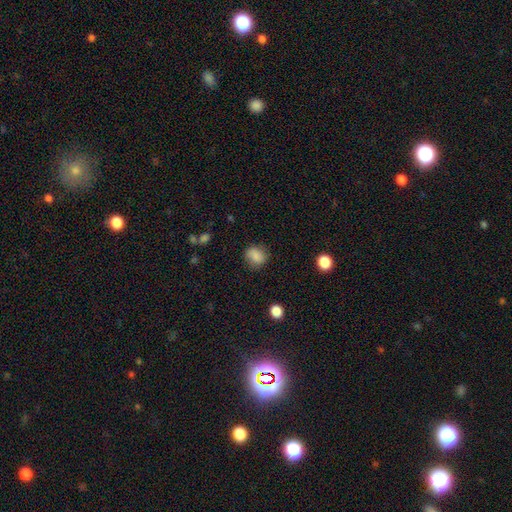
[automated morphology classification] smooth_or_featured: smooth (p=0.84) [alt: star or artifact p=0.09]
how_rounded: round (p=0.63) [alt: in between p=0.36]
merging: none (p=0.79) [alt: minor disturbance p=0.15]